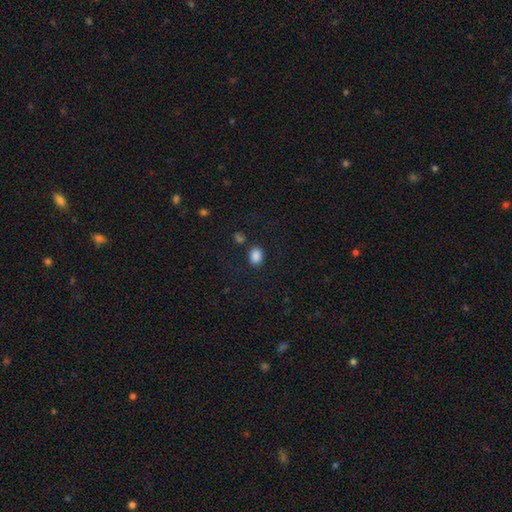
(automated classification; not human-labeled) A smooth galaxy with no disk features (86%) that is in between round and cigar-shaped (67%). Merging: none (80%).